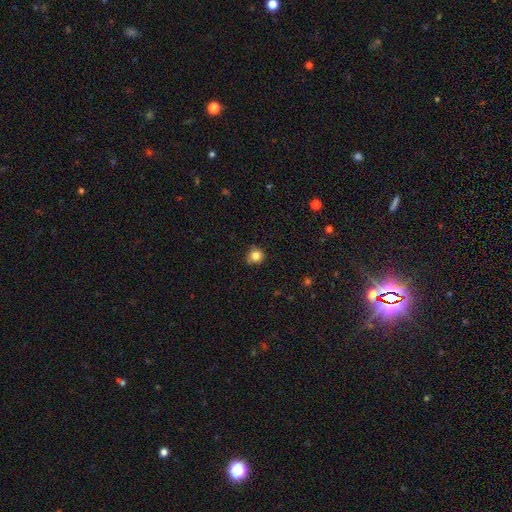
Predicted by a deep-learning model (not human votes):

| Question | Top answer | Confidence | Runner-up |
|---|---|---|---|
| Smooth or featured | smooth | 83% | star or artifact (12%) |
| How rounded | round | 89% | in between (10%) |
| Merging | none | 79% | minor disturbance (16%) |